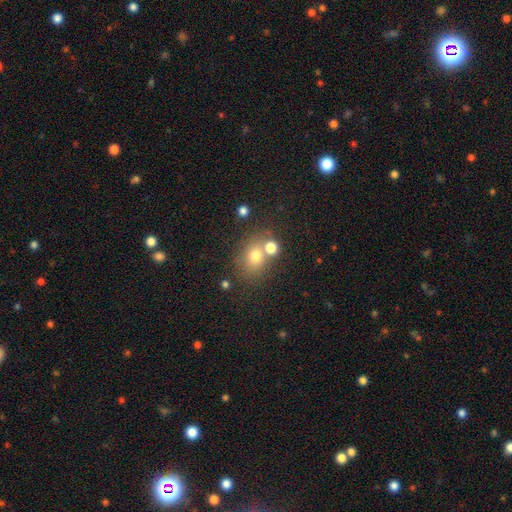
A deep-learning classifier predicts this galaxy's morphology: Overall: smooth (72%). How rounded: round (63%; in between 36%). Merging: none (57%; merger 28%).